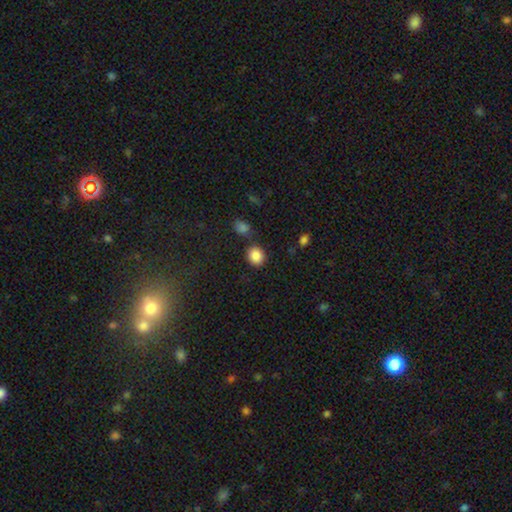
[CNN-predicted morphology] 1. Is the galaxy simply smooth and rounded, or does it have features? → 86% smooth, 9% star or artifact, 4% featured or disk.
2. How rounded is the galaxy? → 75% round, 24% in between, 1% cigar-shaped.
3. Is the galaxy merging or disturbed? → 78% none, 11% minor disturbance, 8% merger, 4% major disturbance.